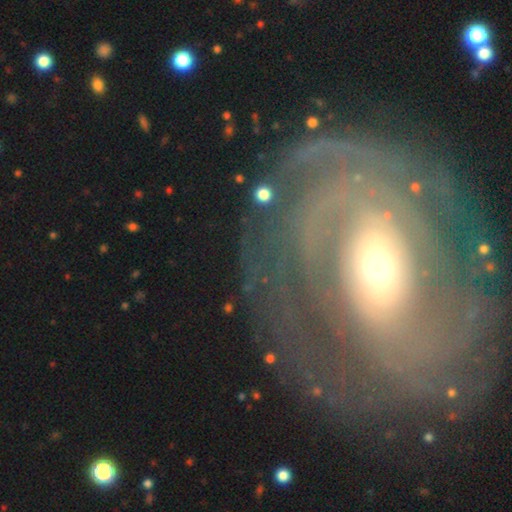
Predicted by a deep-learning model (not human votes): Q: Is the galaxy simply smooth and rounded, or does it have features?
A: featured or disk — 80%.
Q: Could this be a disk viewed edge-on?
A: no — 95%.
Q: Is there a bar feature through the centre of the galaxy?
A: no — 54%.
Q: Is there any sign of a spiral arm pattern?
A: yes — 78%.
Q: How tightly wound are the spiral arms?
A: tight — 65%.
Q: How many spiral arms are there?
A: can't tell — 38%.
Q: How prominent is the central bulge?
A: moderate — 56%.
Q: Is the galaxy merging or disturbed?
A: none — 69%.